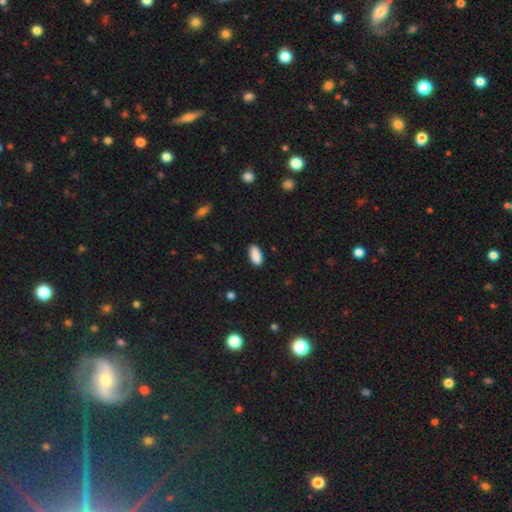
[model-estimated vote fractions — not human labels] This appears to be a smooth galaxy with no disk features (90%) that is in between round and cigar-shaped (89%). Merging: none (85%).